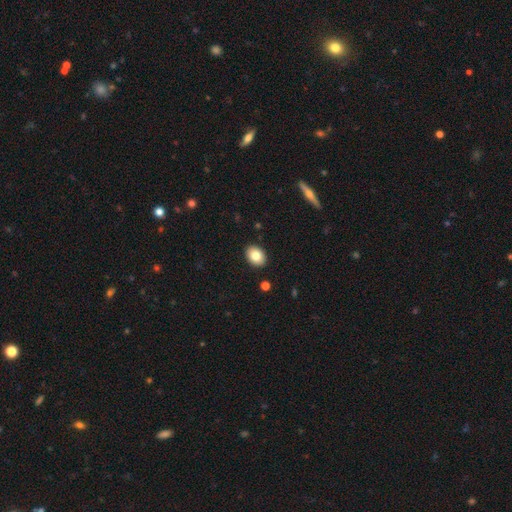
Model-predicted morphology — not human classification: This appears to be a smooth galaxy with no disk features (83%) that is in between round and cigar-shaped (73%). Merging: none (91%).